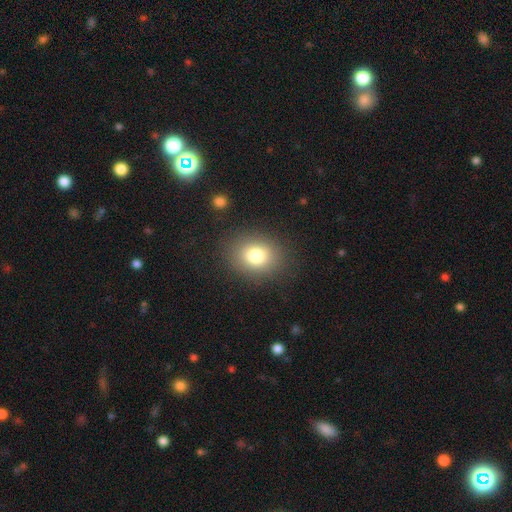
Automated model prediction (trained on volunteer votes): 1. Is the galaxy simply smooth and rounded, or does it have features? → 77% smooth, 13% star or artifact, 10% featured or disk.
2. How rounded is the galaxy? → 57% round, 42% in between, 1% cigar-shaped.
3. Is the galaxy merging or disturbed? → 86% none, 9% minor disturbance, 4% major disturbance, 1% merger.